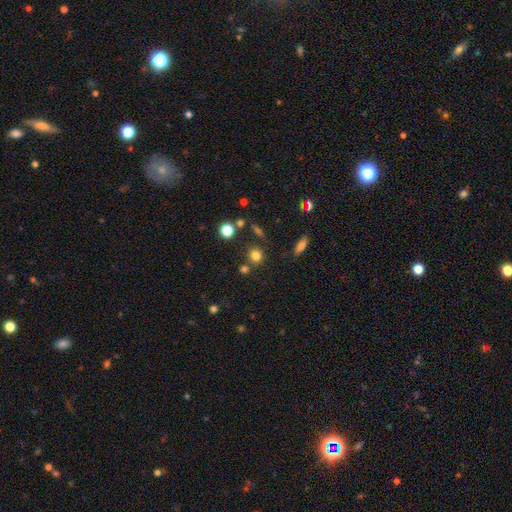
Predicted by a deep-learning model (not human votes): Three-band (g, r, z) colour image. It shows a smooth galaxy with no disk features (78%) that is round (87%). Merging: none (75%).